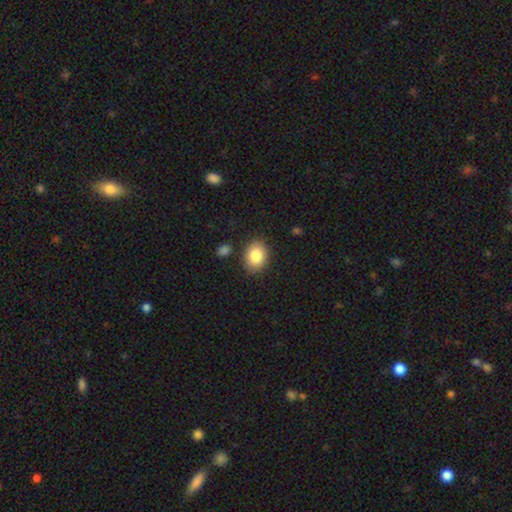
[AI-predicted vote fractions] smooth 85%, star or artifact 8%, featured or disk 7%. Down the decision tree: how rounded — in between (64%); merging — none (83%).